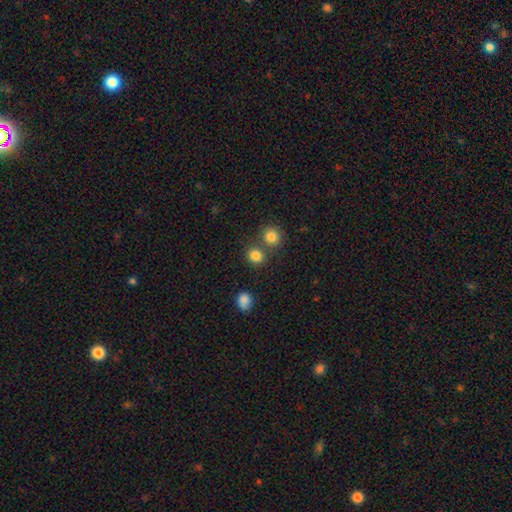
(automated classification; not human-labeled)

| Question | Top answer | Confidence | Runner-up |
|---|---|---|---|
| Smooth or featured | smooth | 82% | star or artifact (13%) |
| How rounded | round | 80% | in between (19%) |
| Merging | none | 68% | merger (21%) |